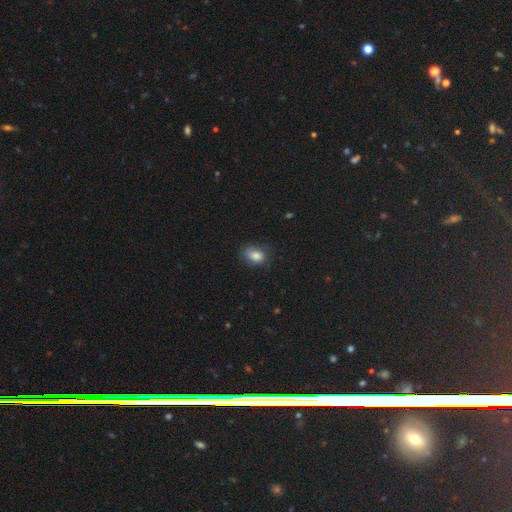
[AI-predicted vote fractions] Smooth or featured: smooth — 81% (star or artifact — 10%)
How rounded: in between — 79% (round — 19%)
Merging: none — 68% (minor disturbance — 24%)